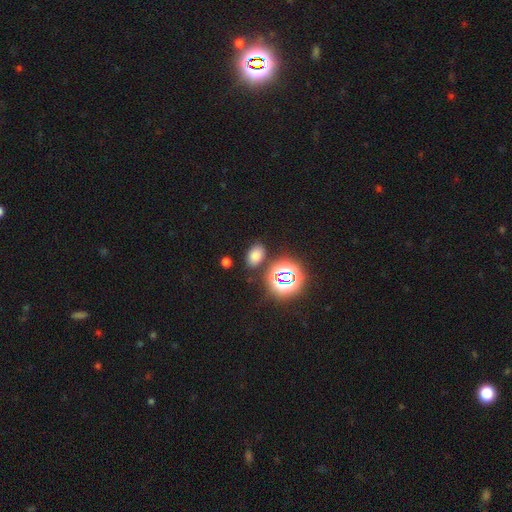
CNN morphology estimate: Smooth or featured?
  - smooth: 68% *
  - star or artifact: 25%
  - featured or disk: 7%
How rounded?
  - in between: 82% *
  - round: 16%
  - cigar-shaped: 1%
Merging?
  - none: 84% *
  - minor disturbance: 9%
  - merger: 4%
  - major disturbance: 3%